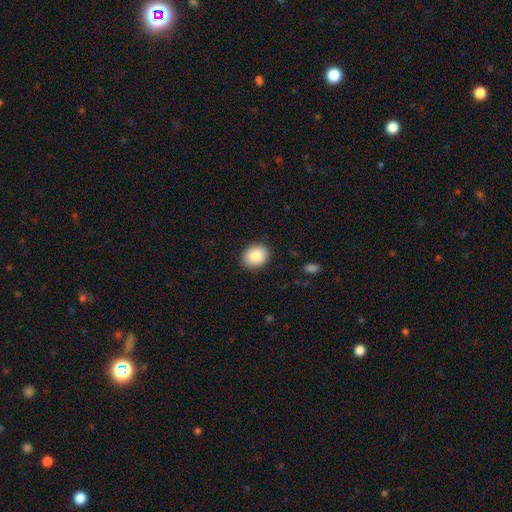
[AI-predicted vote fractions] smooth-or-featured: smooth: 86% | star or artifact: 7% | featured or disk: 6%
  how-rounded: round: 53% | in between: 46% | cigar-shaped: 1%
  merging: none: 89% | minor disturbance: 8% | major disturbance: 2% | merger: 1%